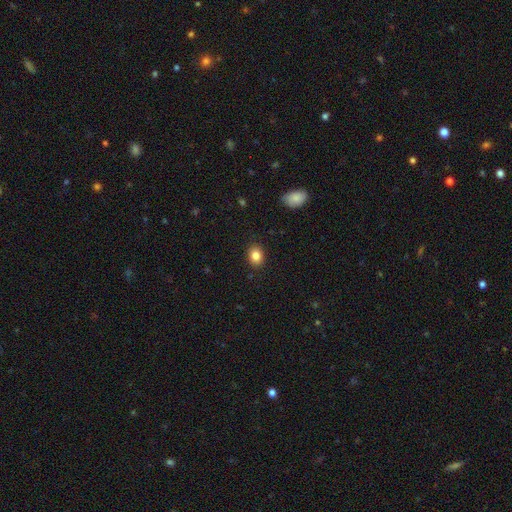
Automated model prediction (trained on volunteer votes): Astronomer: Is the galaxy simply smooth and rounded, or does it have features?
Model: smooth — 84%.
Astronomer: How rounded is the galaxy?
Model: in between — 54% (runner-up: round, 45%).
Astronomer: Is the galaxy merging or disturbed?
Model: none — 89%.